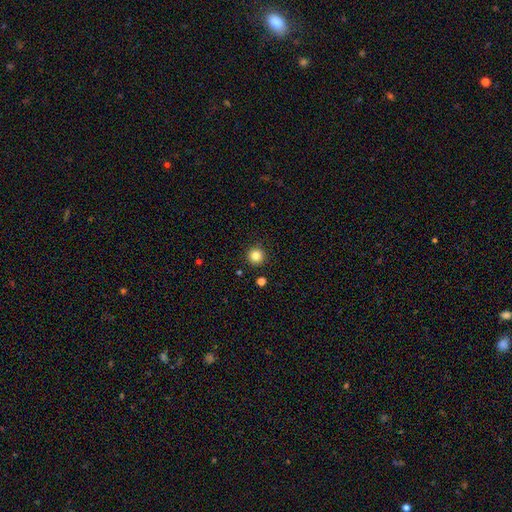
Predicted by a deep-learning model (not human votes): This appears to be a smooth galaxy with no disk features (84%) that is round (96%). Merging: none (92%).